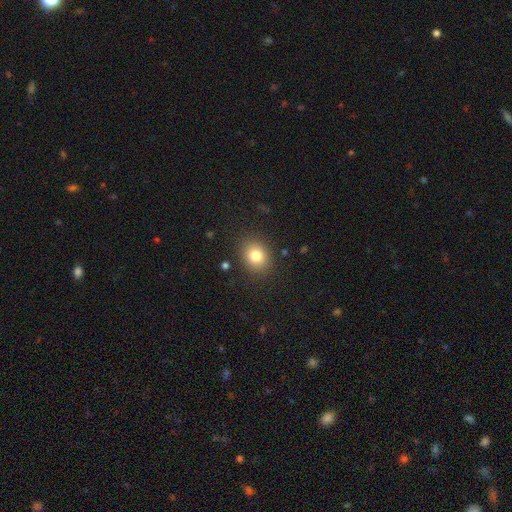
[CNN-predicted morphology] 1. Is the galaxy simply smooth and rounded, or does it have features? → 80% smooth, 11% star or artifact, 9% featured or disk.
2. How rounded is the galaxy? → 59% round, 40% in between, 1% cigar-shaped.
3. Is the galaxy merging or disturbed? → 86% none, 9% minor disturbance, 3% major disturbance, 1% merger.